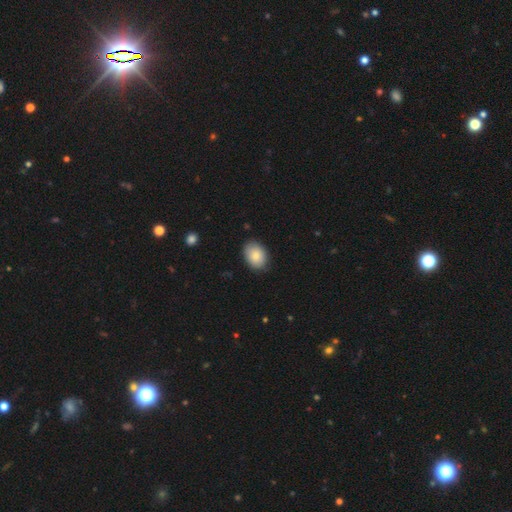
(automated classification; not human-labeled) The model was most divided on "how rounded": in between: 76%, round: 23%, cigar-shaped: 1%. More confident: merging — none (84%); smooth or featured — smooth (81%).